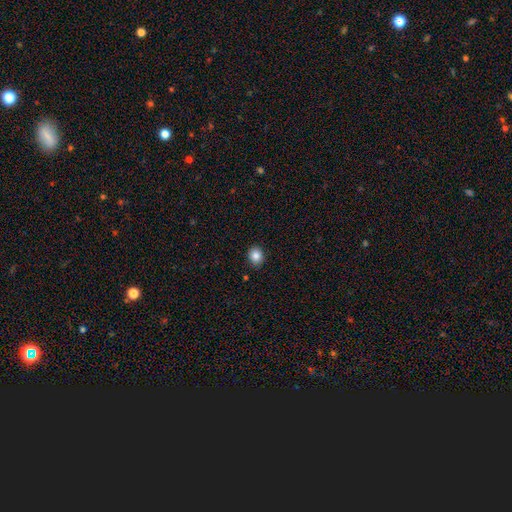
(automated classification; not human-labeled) Smooth or featured? Predicted: smooth (p=0.85). How rounded? Predicted: round (p=0.65). Merging? Predicted: none (p=0.89).